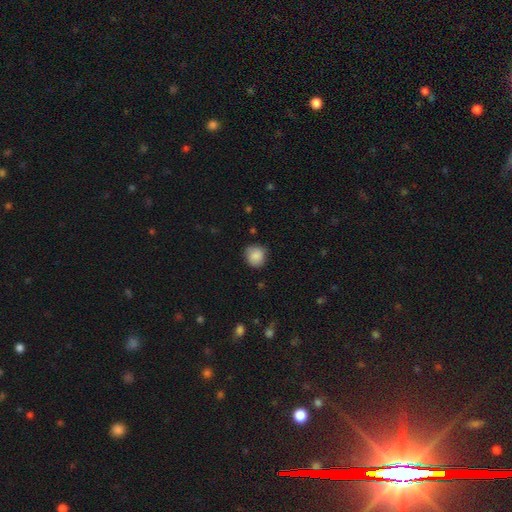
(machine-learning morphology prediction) A smooth galaxy with no disk features (86%) that is round (84%). Merging: none (80%).